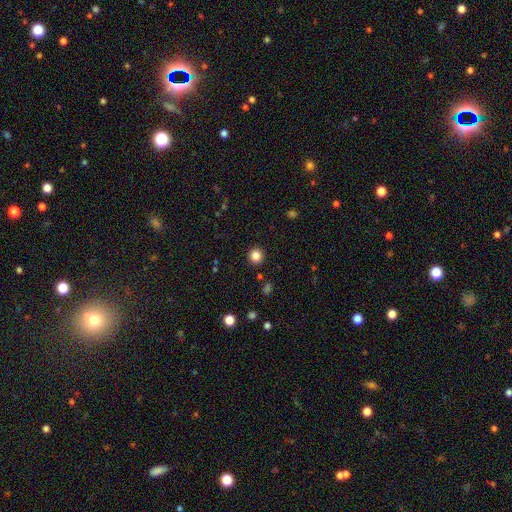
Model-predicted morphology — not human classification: This appears to be a smooth galaxy with no disk features (85%) that is round (94%). Merging: none (92%).